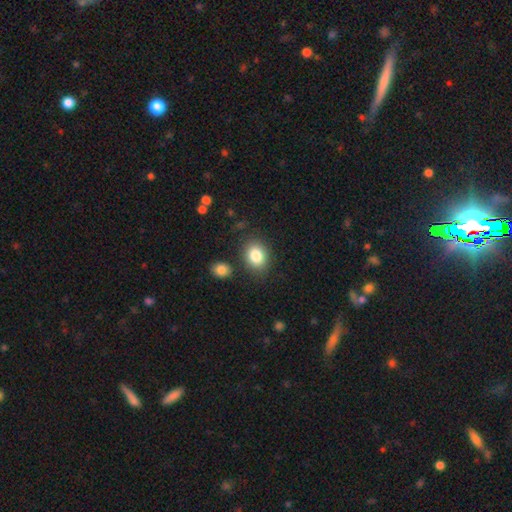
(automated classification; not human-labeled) This is clearly a smooth galaxy (84%). How rounded: possibly in between (59%). Merging: clearly none (81%).